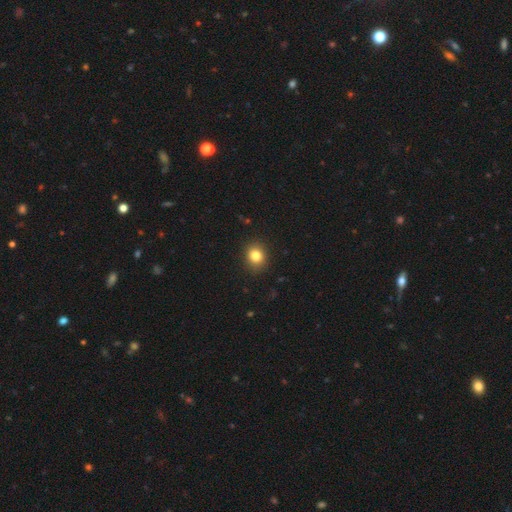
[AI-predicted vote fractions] Smooth or featured?
  - smooth: 82% *
  - star or artifact: 11%
  - featured or disk: 6%
How rounded?
  - round: 72% *
  - in between: 27%
  - cigar-shaped: 1%
Merging?
  - none: 90% *
  - minor disturbance: 7%
  - major disturbance: 2%
  - merger: 1%